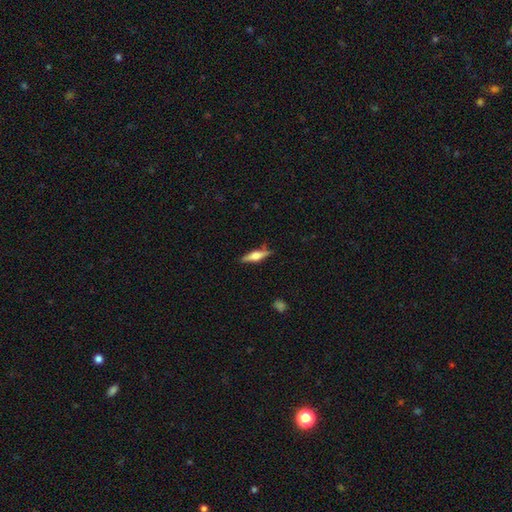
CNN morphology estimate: Smooth or featured: featured or disk — 57% (smooth — 36%)
Edge-on disk: yes — 96% (no — 4%)
Edge-on bulge: rounded — 89% (boxy — 9%)
Merging: none — 85% (minor disturbance — 11%)